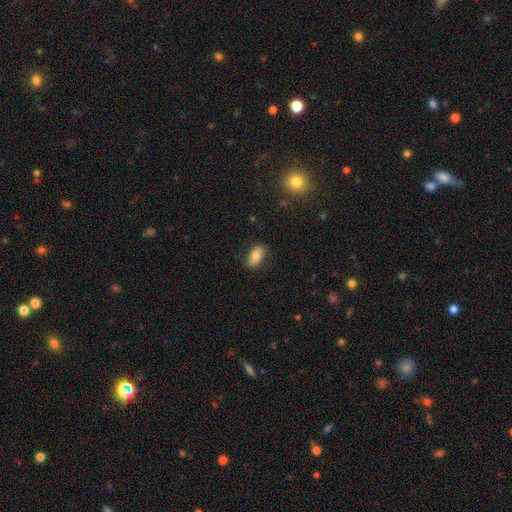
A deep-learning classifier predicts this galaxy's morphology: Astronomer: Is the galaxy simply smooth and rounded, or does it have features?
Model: smooth — 77%.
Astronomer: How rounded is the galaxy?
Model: in between — 90%.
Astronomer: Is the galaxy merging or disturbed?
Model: none — 83%.